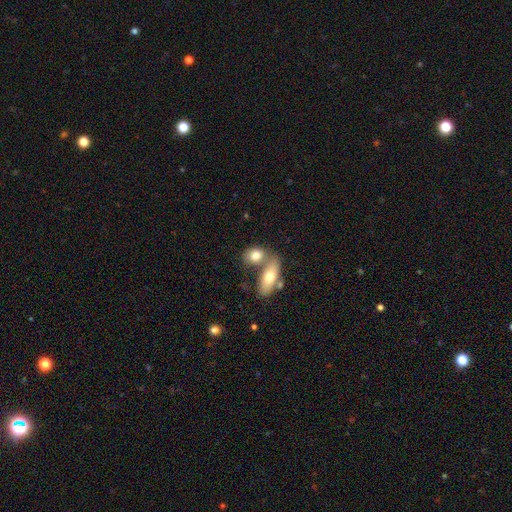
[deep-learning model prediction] The model was most divided on "merging": merger: 51%, none: 36%, minor disturbance: 9%, major disturbance: 4%. More confident: how rounded — in between (75%); smooth or featured — smooth (73%).